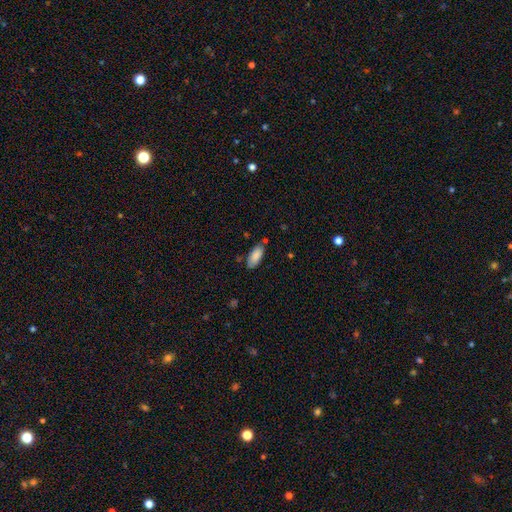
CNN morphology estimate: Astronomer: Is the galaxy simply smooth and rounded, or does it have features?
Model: smooth — 87%.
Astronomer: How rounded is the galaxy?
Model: in between — 85%.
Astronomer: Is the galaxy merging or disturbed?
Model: none — 73%.